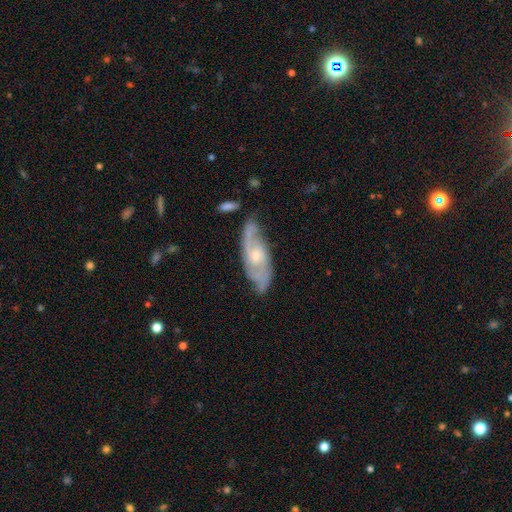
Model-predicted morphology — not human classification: Smooth or featured? featured or disk (81%)
Edge-on disk? no (88%)
Bar? no (63%)
Spiral arms? yes (94%)
Spiral winding? medium (47%)
Spiral arm count? 2 (63%)
Bulge size? small (48%)
Merging? none (71%)